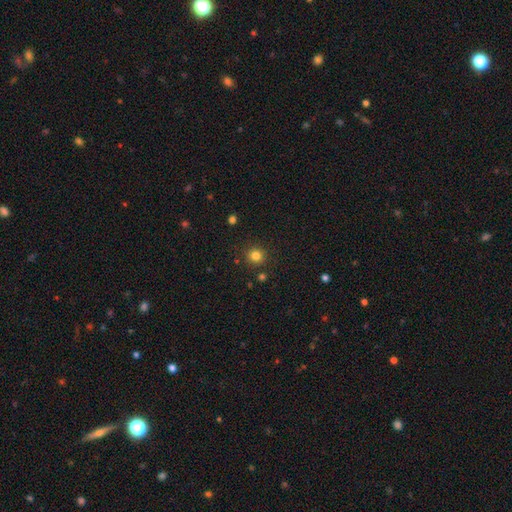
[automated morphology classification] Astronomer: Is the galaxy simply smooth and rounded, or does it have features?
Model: smooth — 81%.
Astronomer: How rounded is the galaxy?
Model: round — 92%.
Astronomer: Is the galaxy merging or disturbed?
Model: none — 89%.